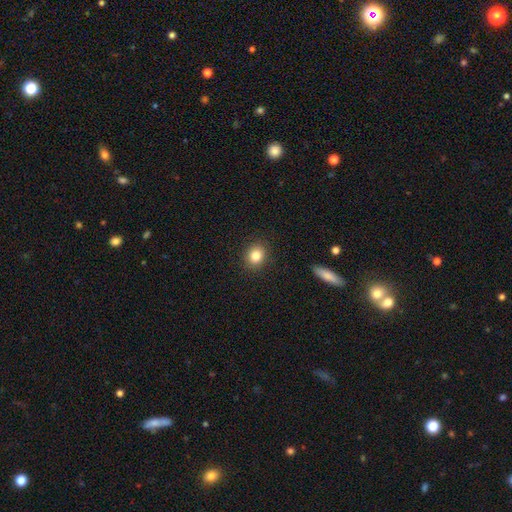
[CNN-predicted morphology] A smooth galaxy with no disk features (83%) that is round (69%). Merging: none (90%).